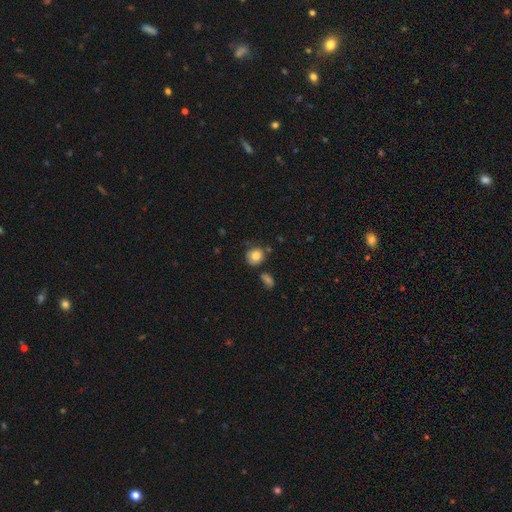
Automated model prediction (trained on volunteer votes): Smooth or featured? Predicted: smooth (p=0.81). How rounded? Predicted: round (p=0.82). Merging? Predicted: none (p=0.68).